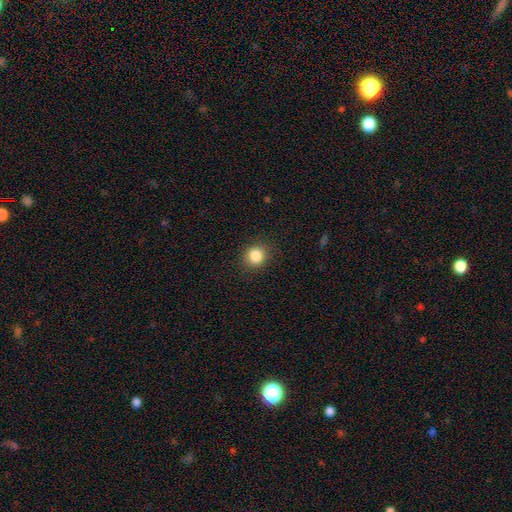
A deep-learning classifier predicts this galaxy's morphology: smooth 85%, star or artifact 11%, featured or disk 4%. Down the decision tree: how rounded — round (82%); merging — none (89%).